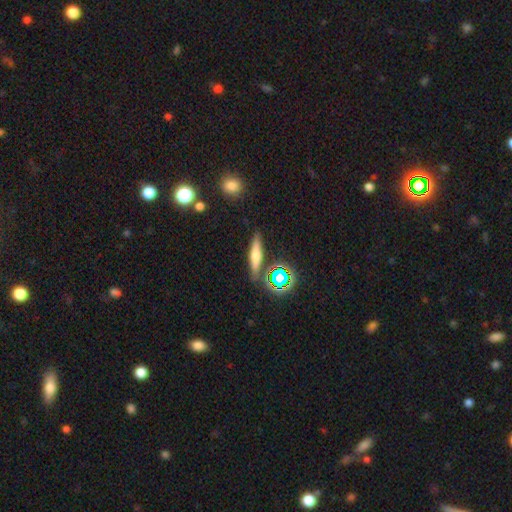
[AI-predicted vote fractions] Smooth or featured? smooth (50%)
Merging? none (83%)